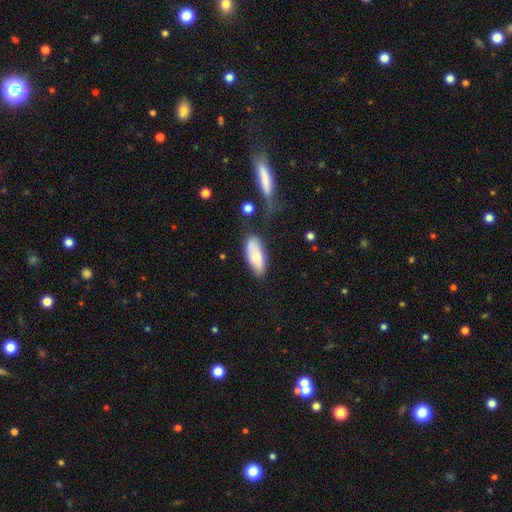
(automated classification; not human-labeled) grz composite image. It shows a smooth galaxy with no disk features (75%) that is in between round and cigar-shaped (81%). Merging: none (66%).